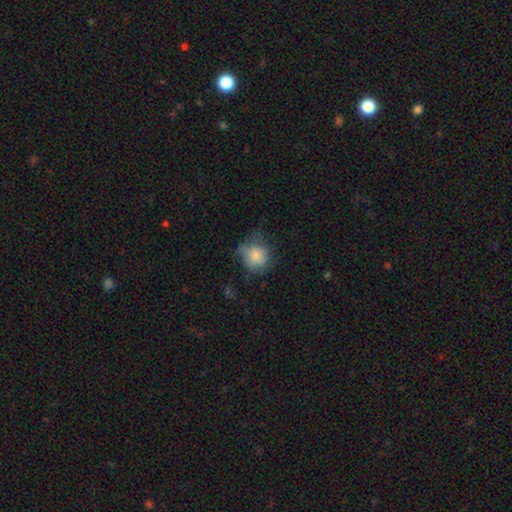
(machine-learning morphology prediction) The model was most divided on "merging": none: 46%, minor disturbance: 33%, major disturbance: 19%, merger: 2%. More confident: how rounded — round (79%); smooth or featured — smooth (76%).